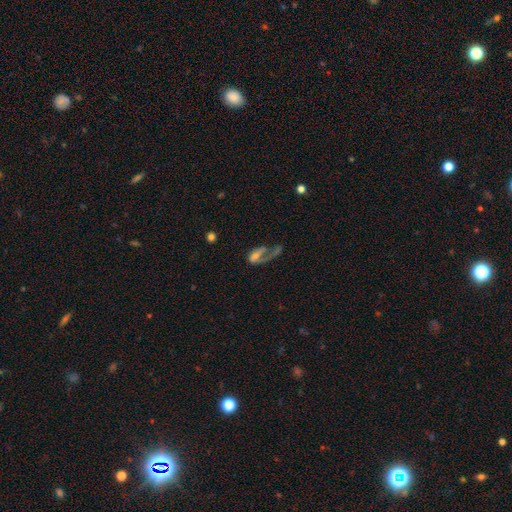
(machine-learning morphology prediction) smooth-or-featured: featured or disk: 59% | smooth: 32% | star or artifact: 9%
  disk-edge-on: no: 94% | yes: 6%
    bar: no: 59% | weak: 28% | strong: 13%
    has-spiral-arms: yes: 61% | no: 39%
    bulge-size: small: 40% | moderate: 34% | none: 18% | large: 7% | dominant: 2%
  merging: major disturbance: 57% | none: 22% | minor disturbance: 13% | merger: 8%